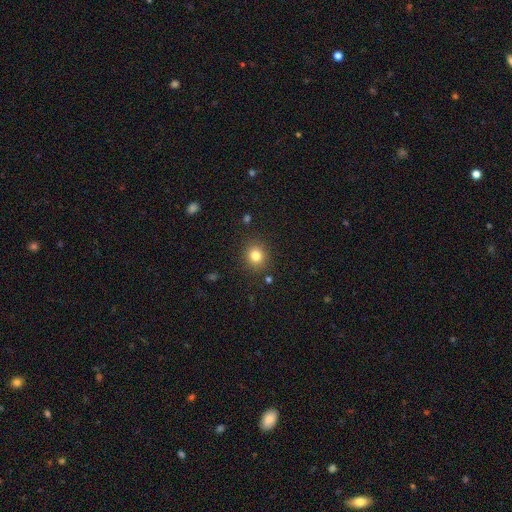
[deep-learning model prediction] The model was most divided on "how rounded": round: 84%, in between: 15%, cigar-shaped: 1%. More confident: merging — none (88%); smooth or featured — smooth (81%).